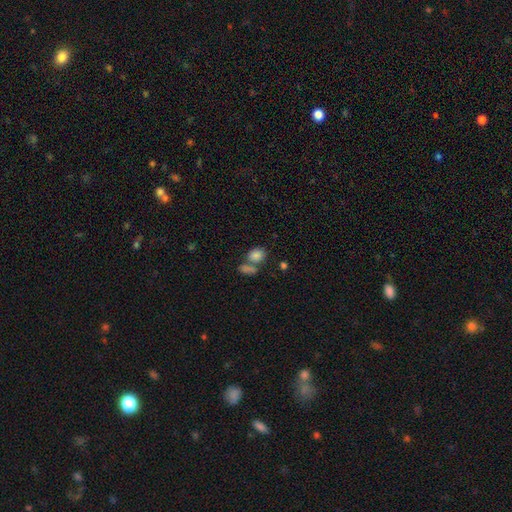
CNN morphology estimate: smooth 84%, star or artifact 9%, featured or disk 7%. Down the decision tree: how rounded — in between (64%); merging — none (47%).